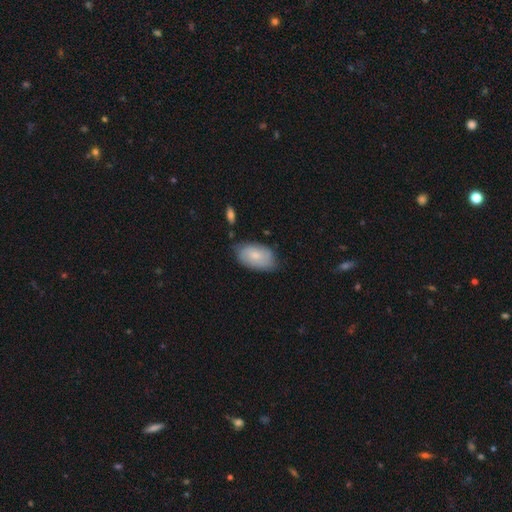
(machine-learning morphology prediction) Q: Smooth or featured?
A: smooth (70%); runner-up: featured or disk (24%)
Q: How rounded?
A: in between (93%); runner-up: round (5%)
Q: Merging?
A: none (72%); runner-up: minor disturbance (21%)